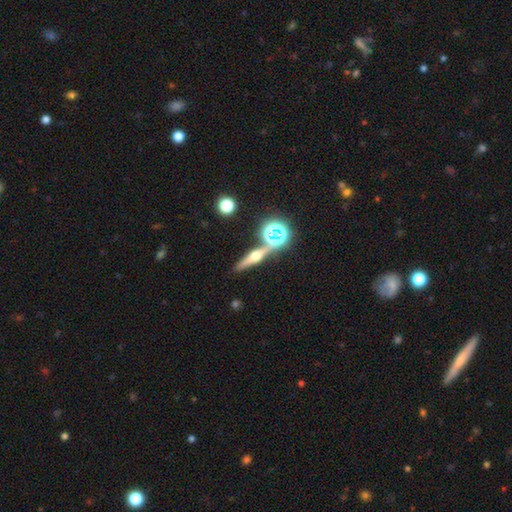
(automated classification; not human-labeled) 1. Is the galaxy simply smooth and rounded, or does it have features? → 63% featured or disk, 22% smooth, 15% star or artifact.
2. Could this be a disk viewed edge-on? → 93% yes, 7% no.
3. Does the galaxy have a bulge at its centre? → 94% rounded, 4% boxy, 2% none.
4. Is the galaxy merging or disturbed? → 78% none, 11% merger, 8% minor disturbance, 3% major disturbance.